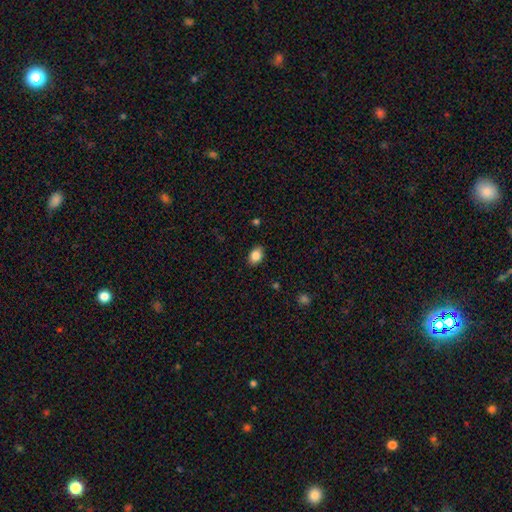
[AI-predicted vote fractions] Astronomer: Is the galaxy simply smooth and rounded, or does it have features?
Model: smooth — 86%.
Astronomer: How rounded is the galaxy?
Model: in between — 78%.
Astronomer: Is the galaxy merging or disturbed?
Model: none — 87%.